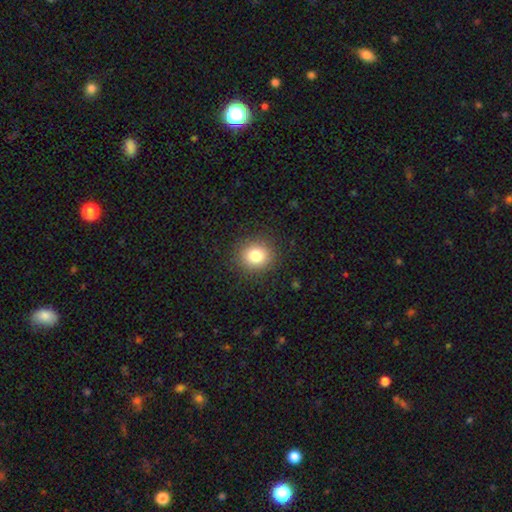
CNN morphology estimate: This is clearly a smooth galaxy (81%). How rounded: clearly round (83%). Merging: clearly none (89%).